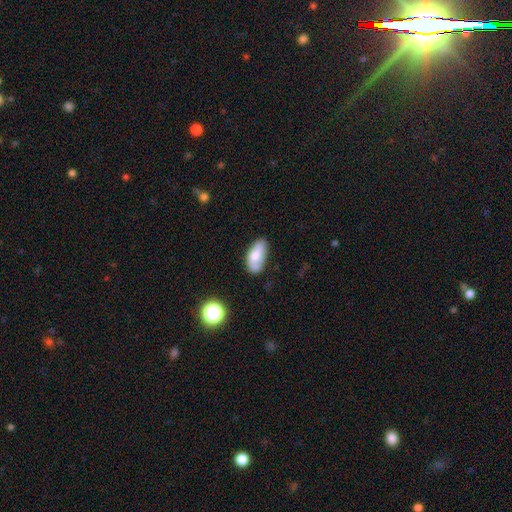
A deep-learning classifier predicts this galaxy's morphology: Overall: smooth (68%). How rounded: in between (92%). Merging: none (62%; minor disturbance 28%).